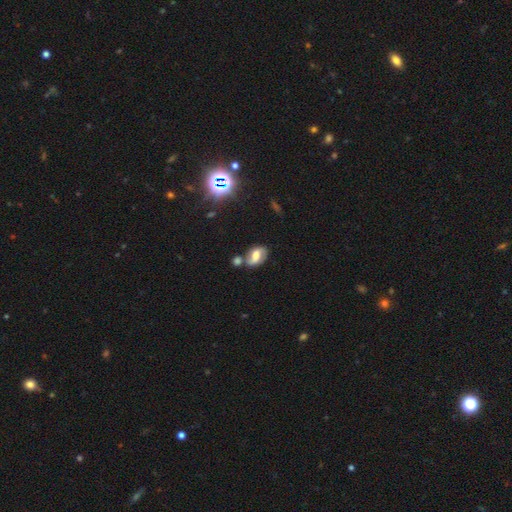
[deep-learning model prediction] featured or disk 53%, smooth 36%, star or artifact 11%. Down the decision tree: edge-on disk — no (94%); bar — weak (42%); spiral arms — yes (76%); bulge size — moderate (45%); merging — none (48%).